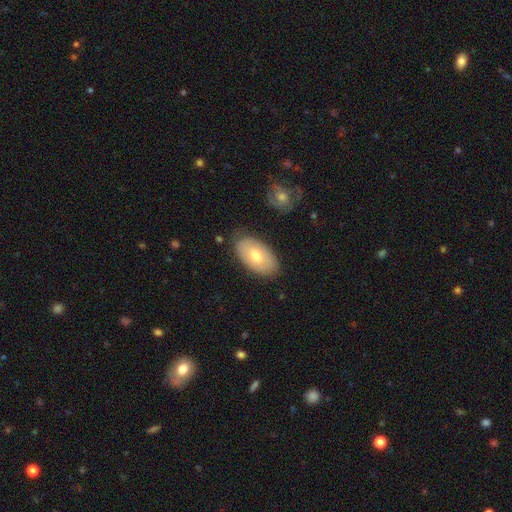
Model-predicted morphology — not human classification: type=smooth (60%); roundness=in between (94%); merging=none (81%).